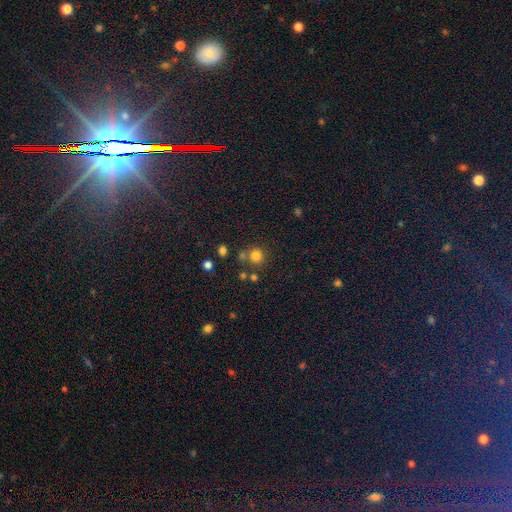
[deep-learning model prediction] Q: Smooth or featured?
A: smooth (79%); runner-up: star or artifact (15%)
Q: How rounded?
A: round (90%); runner-up: in between (9%)
Q: Merging?
A: none (72%); runner-up: merger (15%)